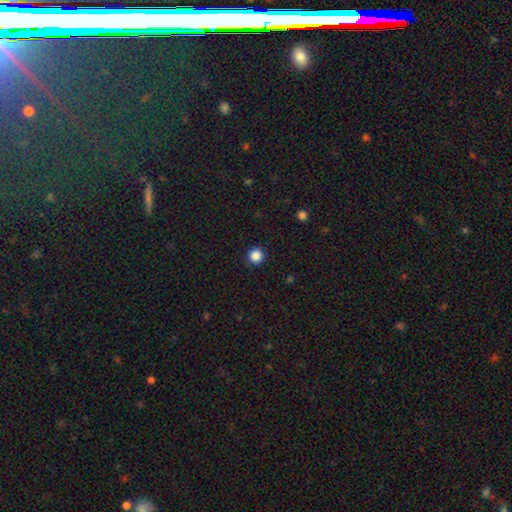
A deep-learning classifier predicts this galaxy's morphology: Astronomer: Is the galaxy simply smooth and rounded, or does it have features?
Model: smooth — 86%.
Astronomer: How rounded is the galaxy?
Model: round — 95%.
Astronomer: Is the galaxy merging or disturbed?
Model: none — 91%.